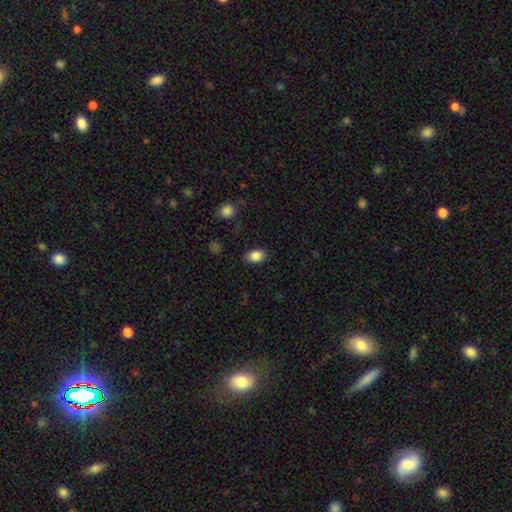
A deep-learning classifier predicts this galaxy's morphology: A smooth galaxy with no disk features (86%) that is in between round and cigar-shaped (84%). Merging: none (85%).